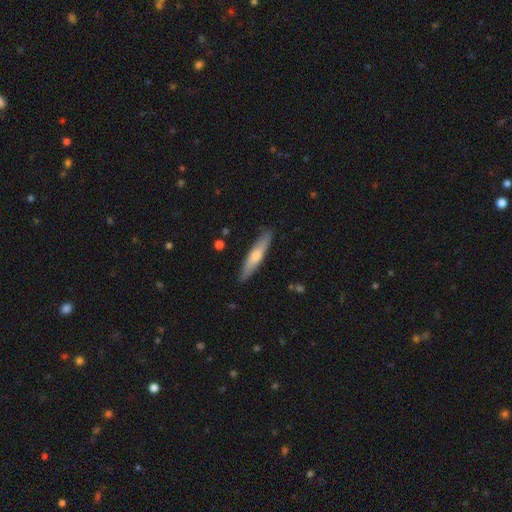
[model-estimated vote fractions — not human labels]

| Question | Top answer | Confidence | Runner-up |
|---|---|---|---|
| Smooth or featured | smooth | 56% | featured or disk (38%) |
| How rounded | cigar-shaped | 86% | in between (13%) |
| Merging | none | 88% | minor disturbance (9%) |